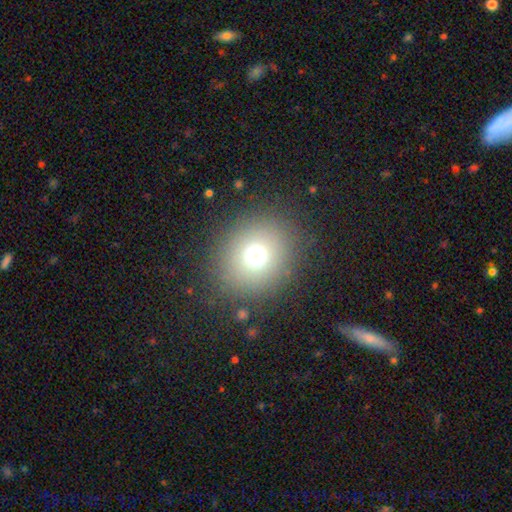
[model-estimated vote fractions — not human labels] A smooth galaxy with no disk features (71%) that is round (80%).

Vote fractions:
- Smooth or featured? smooth: 71% / star or artifact: 18% / featured or disk: 11%
- How rounded? round: 80% / in between: 19% / cigar-shaped: 1%
- Merging? none: 86% / minor disturbance: 8% / major disturbance: 5% / merger: 1%